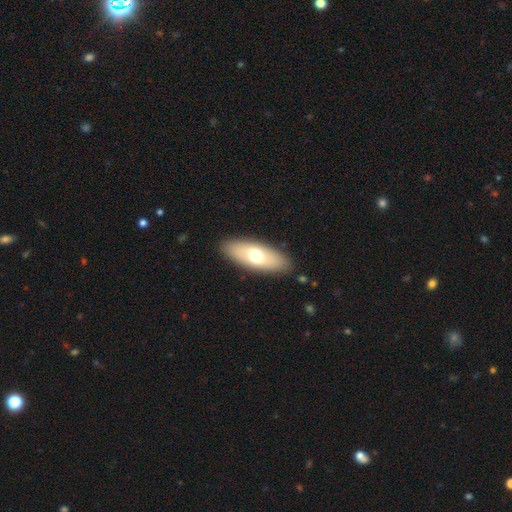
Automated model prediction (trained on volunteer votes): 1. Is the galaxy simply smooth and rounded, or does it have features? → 63% smooth, 31% featured or disk, 6% star or artifact.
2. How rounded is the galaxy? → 79% in between, 19% cigar-shaped, 3% round.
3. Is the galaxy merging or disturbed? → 88% none, 8% minor disturbance, 2% major disturbance, 1% merger.